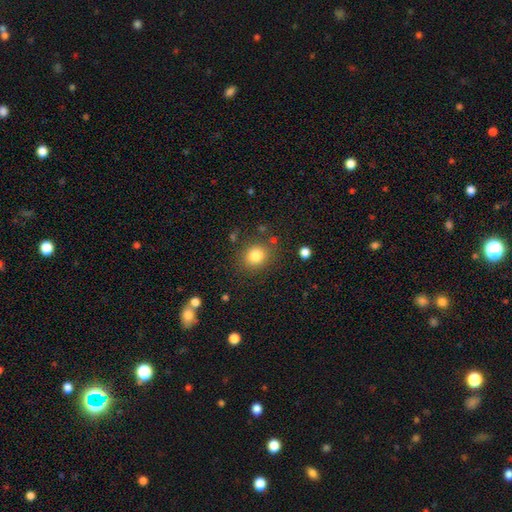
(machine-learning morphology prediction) smooth-or-featured: smooth: 82% | star or artifact: 11% | featured or disk: 7%
  how-rounded: round: 76% | in between: 23% | cigar-shaped: 1%
  merging: none: 82% | minor disturbance: 10% | major disturbance: 4% | merger: 3%